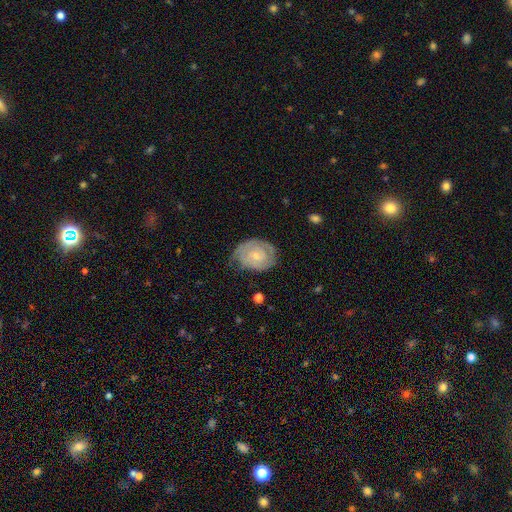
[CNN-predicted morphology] featured or disk 71%, smooth 23%, star or artifact 5%. Down the decision tree: edge-on disk — no (97%); bar — no (69%); spiral arms — yes (87%); spiral arm count — 2 (47%); spiral winding — tight (68%); bulge size — small (66%); merging — none (62%).